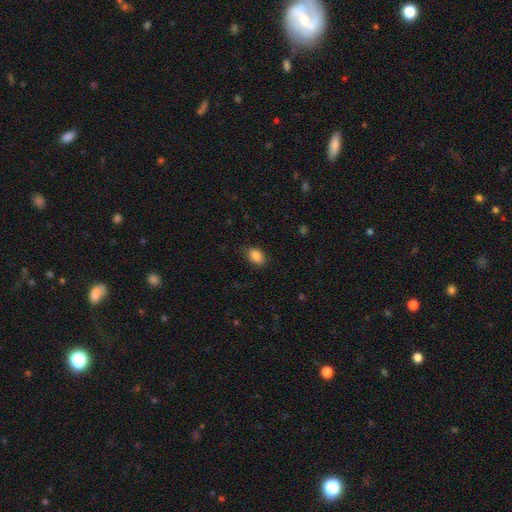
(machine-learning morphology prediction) Smooth or featured? Predicted: smooth (p=0.87). How rounded? Predicted: in between (p=0.83). Merging? Predicted: none (p=0.79).